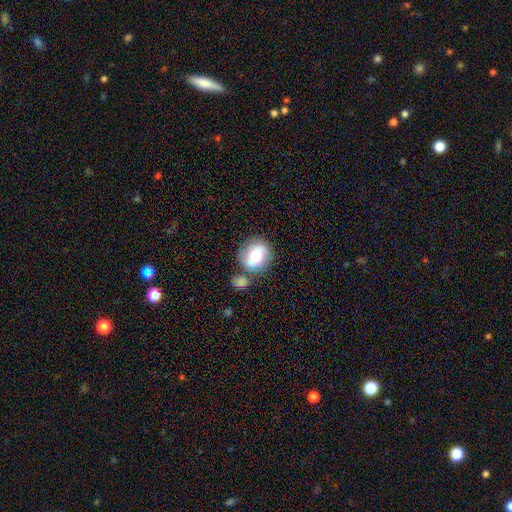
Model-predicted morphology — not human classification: Q: Smooth or featured?
A: smooth (60%); runner-up: featured or disk (32%)
Q: How rounded?
A: round (80%); runner-up: in between (19%)
Q: Merging?
A: none (63%); runner-up: merger (16%)